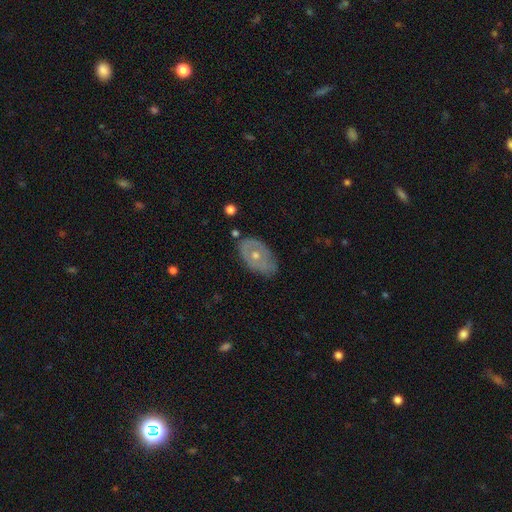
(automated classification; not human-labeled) featured or disk 57%, smooth 36%, star or artifact 7%. Down the decision tree: edge-on disk — no (91%); bar — no (89%); spiral arms — no (72%); bulge size — moderate (58%); merging — none (65%).